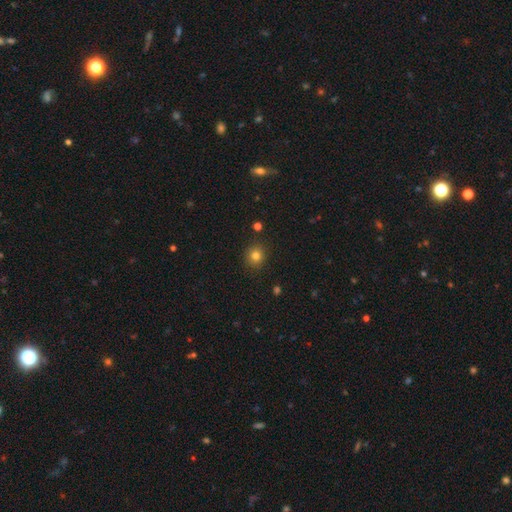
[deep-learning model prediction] smooth-or-featured: smooth: 79% | star or artifact: 14% | featured or disk: 7%
  how-rounded: round: 85% | in between: 14% | cigar-shaped: 1%
  merging: none: 89% | minor disturbance: 7% | major disturbance: 2% | merger: 2%